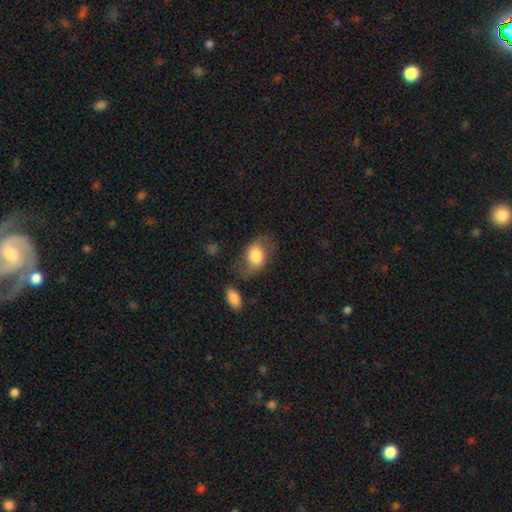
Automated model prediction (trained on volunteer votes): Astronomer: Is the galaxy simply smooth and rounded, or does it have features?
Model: smooth — 61%.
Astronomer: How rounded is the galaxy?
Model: in between — 79%.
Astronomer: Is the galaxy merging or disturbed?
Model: none — 55%.